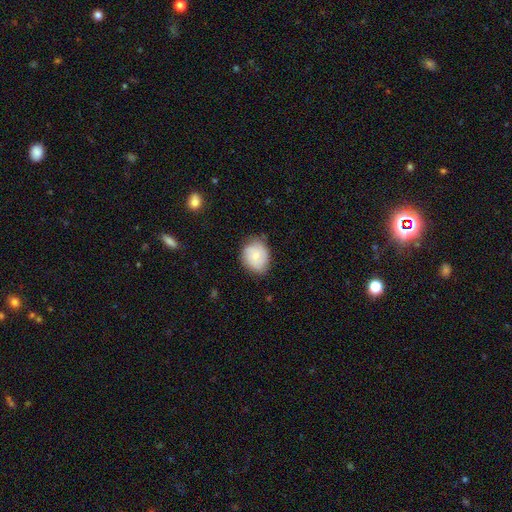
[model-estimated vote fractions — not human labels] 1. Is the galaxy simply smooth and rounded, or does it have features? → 69% smooth, 24% featured or disk, 7% star or artifact.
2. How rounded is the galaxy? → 58% round, 41% in between, 1% cigar-shaped.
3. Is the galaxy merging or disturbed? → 68% none, 25% minor disturbance, 5% major disturbance, 1% merger.